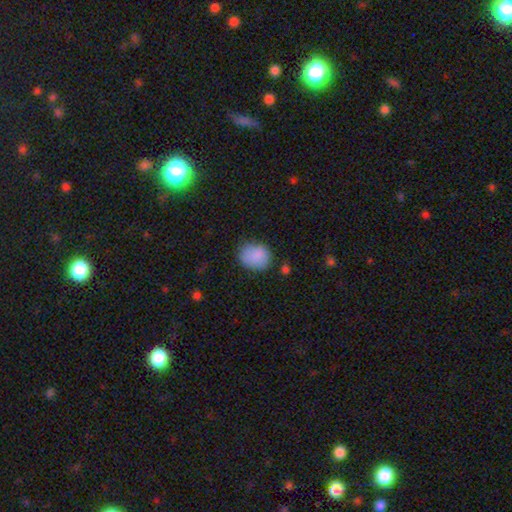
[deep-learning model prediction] smooth-or-featured: smooth: 87% | star or artifact: 8% | featured or disk: 6%
  how-rounded: round: 67% | in between: 32% | cigar-shaped: 1%
  merging: none: 74% | minor disturbance: 20% | major disturbance: 4% | merger: 2%